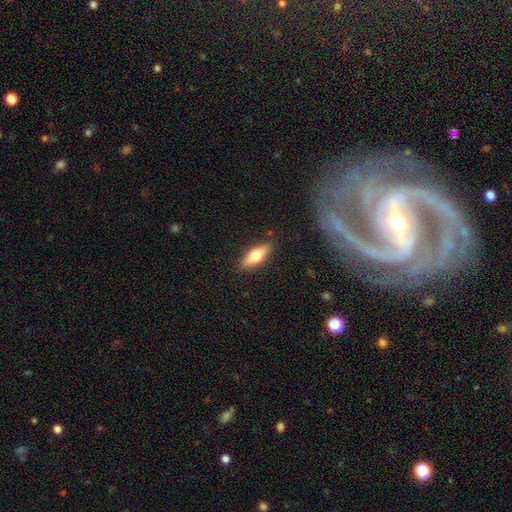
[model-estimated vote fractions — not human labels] The model was most divided on "smooth or featured": smooth: 62%, featured or disk: 32%, star or artifact: 7%. More confident: merging — none (87%); how rounded — in between (66%).